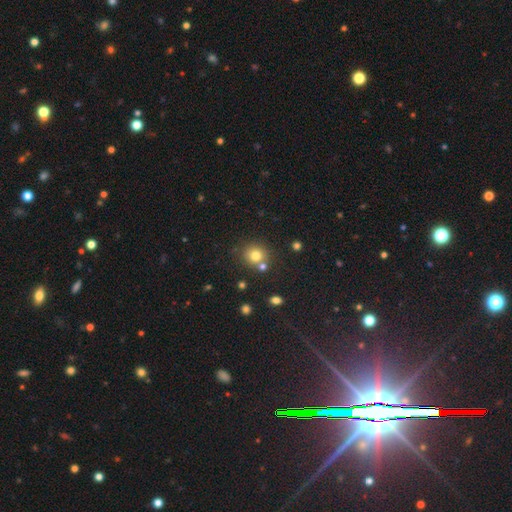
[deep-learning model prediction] The model was most divided on "merging": none: 69%, merger: 18%, minor disturbance: 10%, major disturbance: 3%. More confident: how rounded — round (85%); smooth or featured — smooth (78%).